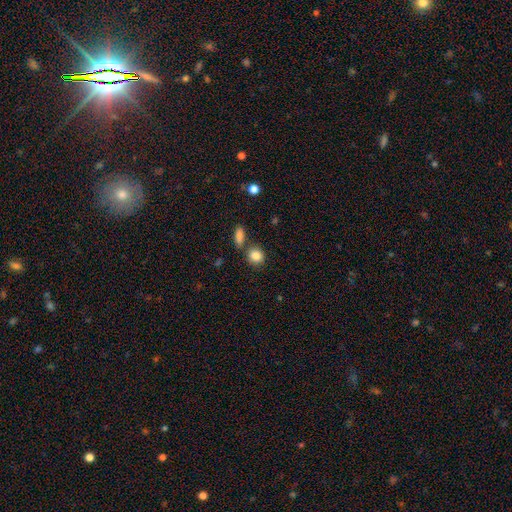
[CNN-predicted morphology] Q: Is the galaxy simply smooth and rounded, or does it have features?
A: smooth — 86%.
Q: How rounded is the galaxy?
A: round — 74%.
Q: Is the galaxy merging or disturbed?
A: none — 70%.